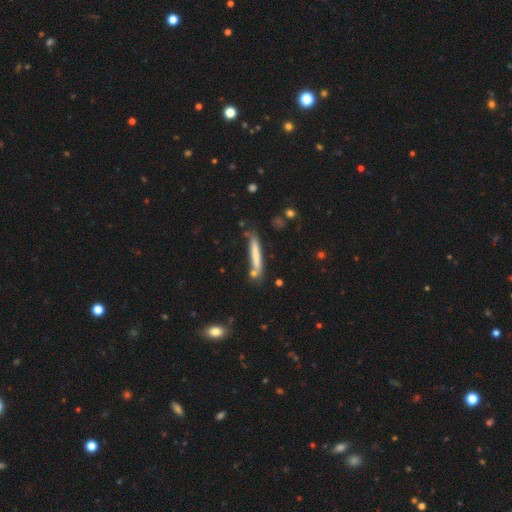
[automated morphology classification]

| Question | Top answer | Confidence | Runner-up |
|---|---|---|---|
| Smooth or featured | smooth | 65% | featured or disk (28%) |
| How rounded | cigar-shaped | 95% | in between (4%) |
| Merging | none | 73% | minor disturbance (16%) |